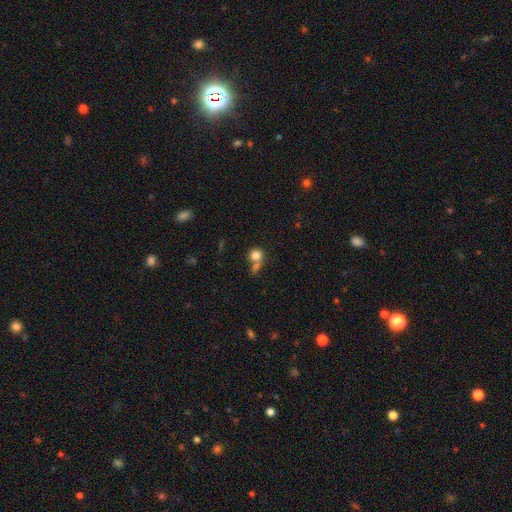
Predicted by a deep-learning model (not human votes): Smooth or featured?
  - smooth: 79% *
  - star or artifact: 11%
  - featured or disk: 9%
How rounded?
  - round: 85% *
  - in between: 14%
  - cigar-shaped: 1%
Merging?
  - none: 47% *
  - merger: 37%
  - minor disturbance: 10%
  - major disturbance: 6%